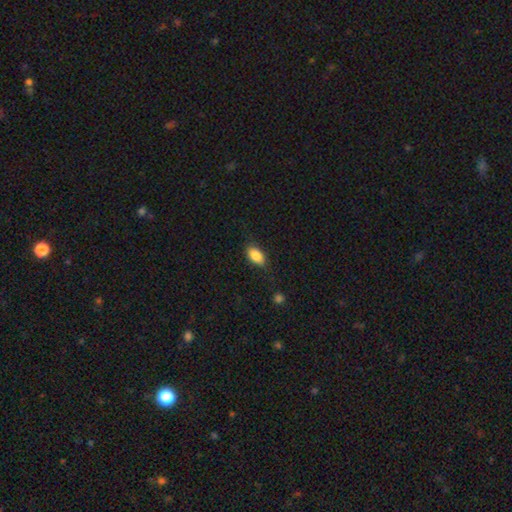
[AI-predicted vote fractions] smooth-or-featured: smooth: 86% | star or artifact: 8% | featured or disk: 7%
  how-rounded: in between: 90% | round: 6% | cigar-shaped: 4%
  merging: none: 80% | minor disturbance: 15% | major disturbance: 4% | merger: 1%